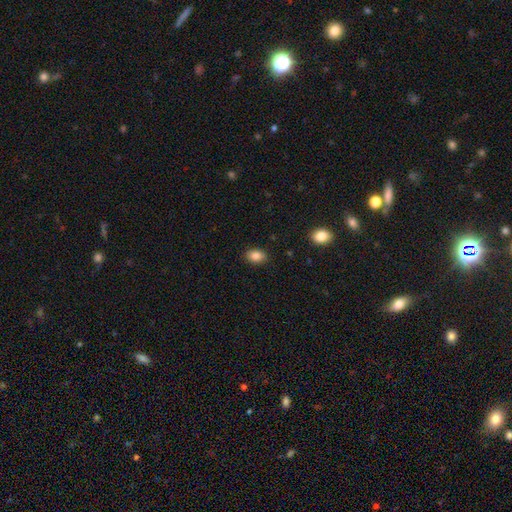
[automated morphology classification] A smooth galaxy with no disk features (85%) that is in between round and cigar-shaped (79%).

Vote fractions:
- Smooth or featured? smooth: 85% / star or artifact: 9% / featured or disk: 6%
- How rounded? in between: 79% / round: 20% / cigar-shaped: 1%
- Merging? none: 88% / minor disturbance: 9% / major disturbance: 2% / merger: 1%